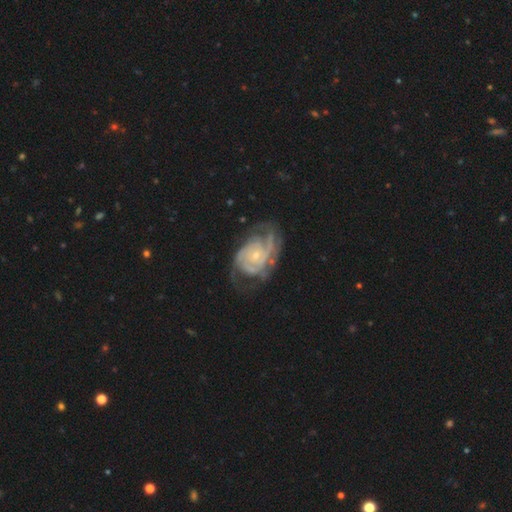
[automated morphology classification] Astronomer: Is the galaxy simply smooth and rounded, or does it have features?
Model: featured or disk — 88%.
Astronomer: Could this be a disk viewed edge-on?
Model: no — 97%.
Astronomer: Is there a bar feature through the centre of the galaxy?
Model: no — 73%.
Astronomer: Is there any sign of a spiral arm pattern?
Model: yes — 96%.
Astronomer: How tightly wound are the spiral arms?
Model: tight — 59%.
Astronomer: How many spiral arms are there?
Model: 2 — 37% (runner-up: can't tell, 23%).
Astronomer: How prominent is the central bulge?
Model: small — 72%.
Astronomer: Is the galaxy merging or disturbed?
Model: none — 58%.